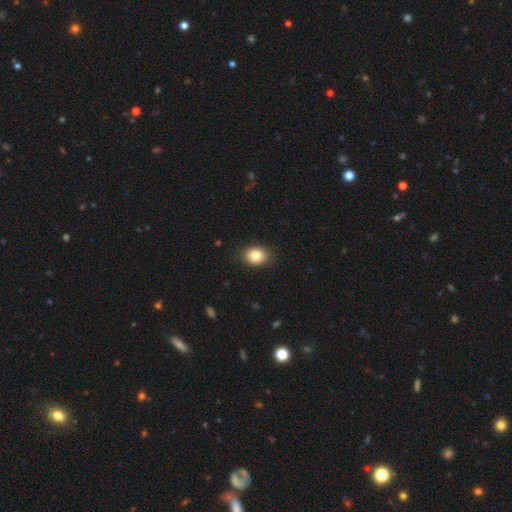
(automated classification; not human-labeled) Overall: smooth (83%). How rounded: in between (53%; round 46%). Merging: none (88%).